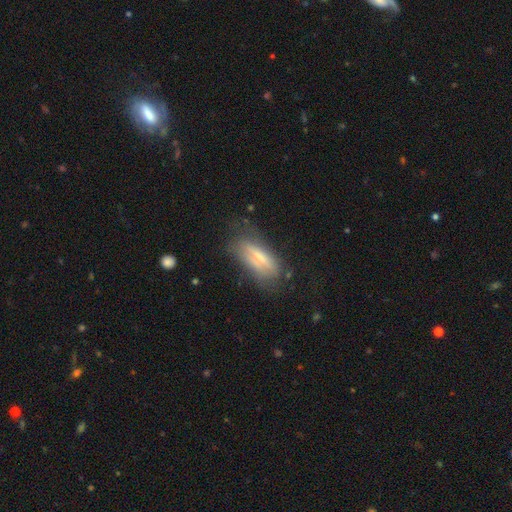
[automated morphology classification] type=smooth (51%); roundness=in between (71%); merging=none (60%).